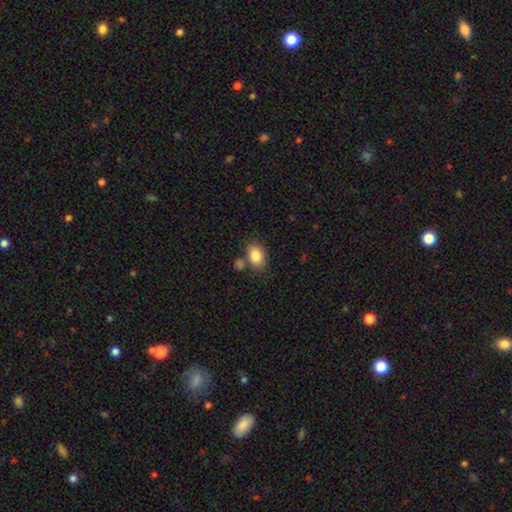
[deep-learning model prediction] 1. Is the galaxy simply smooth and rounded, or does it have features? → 85% smooth, 8% star or artifact, 7% featured or disk.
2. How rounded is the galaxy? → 79% in between, 20% round, 1% cigar-shaped.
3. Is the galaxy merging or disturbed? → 66% none, 15% merger, 14% minor disturbance, 4% major disturbance.